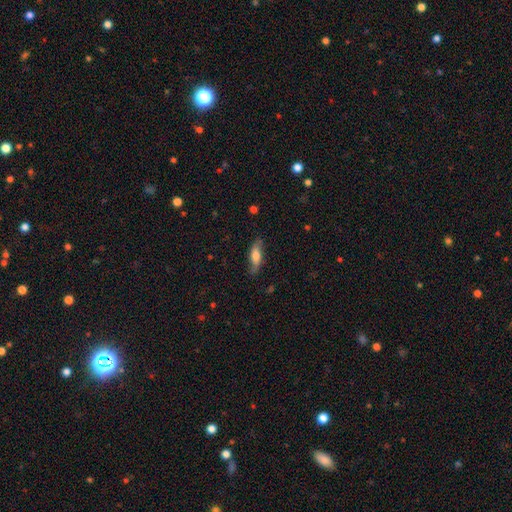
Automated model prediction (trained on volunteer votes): Smooth or featured: smooth — 59% (featured or disk — 35%)
How rounded: in between — 57% (cigar-shaped — 40%)
Merging: none — 75% (minor disturbance — 19%)